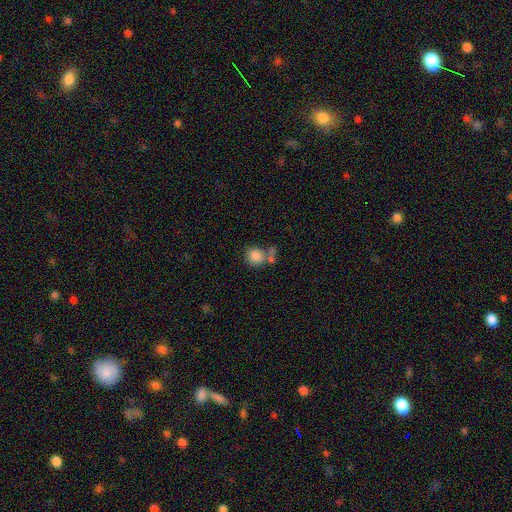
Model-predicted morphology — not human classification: type=smooth (84%); roundness=round (81%); merging=none (52%).